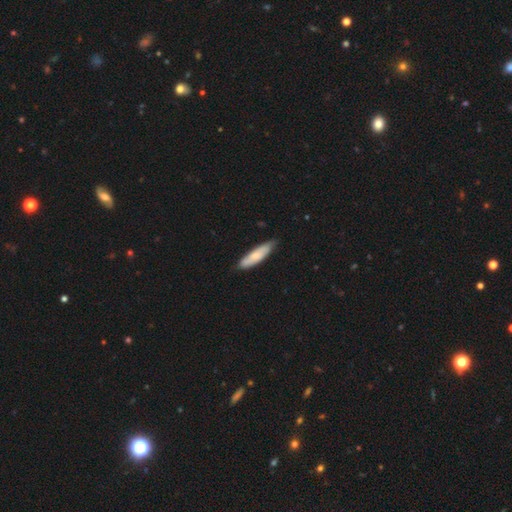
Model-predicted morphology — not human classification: Overall: smooth (71%). How rounded: cigar-shaped (67%; in between 31%). Merging: none (77%).